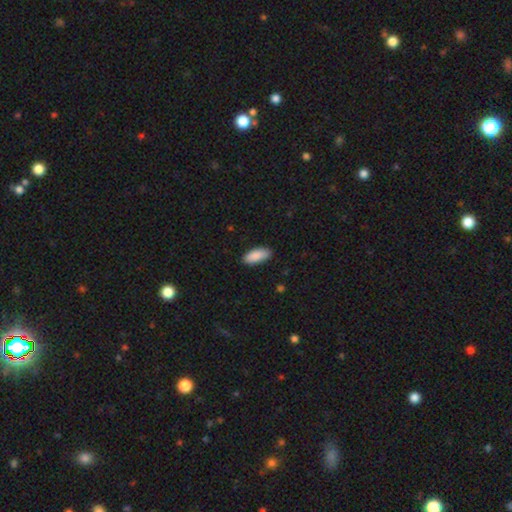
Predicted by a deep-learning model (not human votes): smooth 90%, star or artifact 6%, featured or disk 4%. Down the decision tree: how rounded — in between (87%); merging — none (86%).